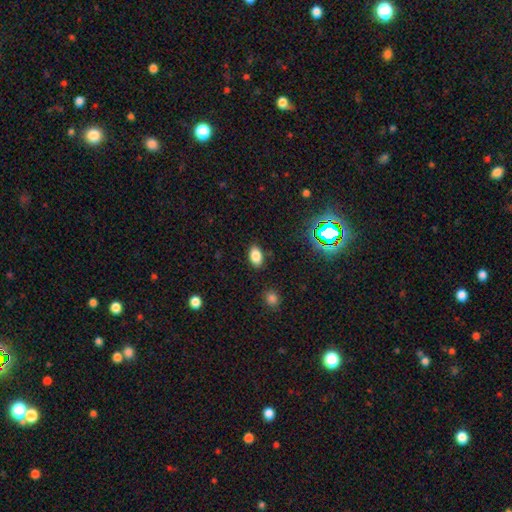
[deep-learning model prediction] Smooth or featured: smooth — 83% (star or artifact — 11%)
How rounded: in between — 90% (round — 8%)
Merging: none — 87% (minor disturbance — 9%)